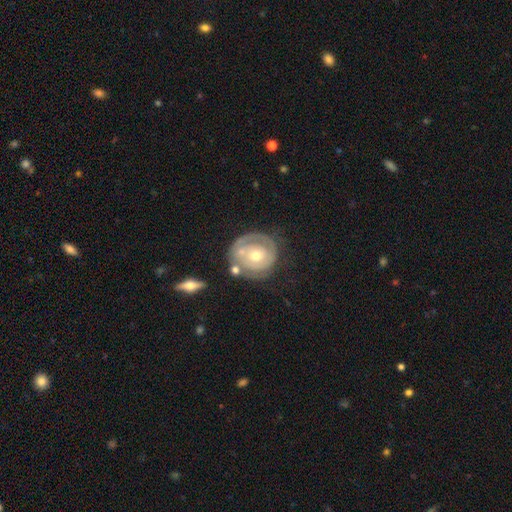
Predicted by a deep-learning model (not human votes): Smooth or featured? featured or disk (72%)
Edge-on disk? no (97%)
Bar? no (76%)
Spiral arms? yes (71%)
Bulge size? moderate (63%)
Merging? none (60%)